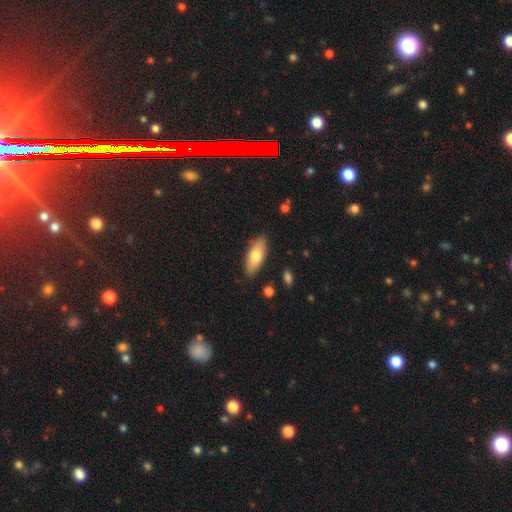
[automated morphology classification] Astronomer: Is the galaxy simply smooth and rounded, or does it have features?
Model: smooth — 73%.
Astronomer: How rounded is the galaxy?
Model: in between — 79%.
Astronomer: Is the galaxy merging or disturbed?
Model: none — 86%.